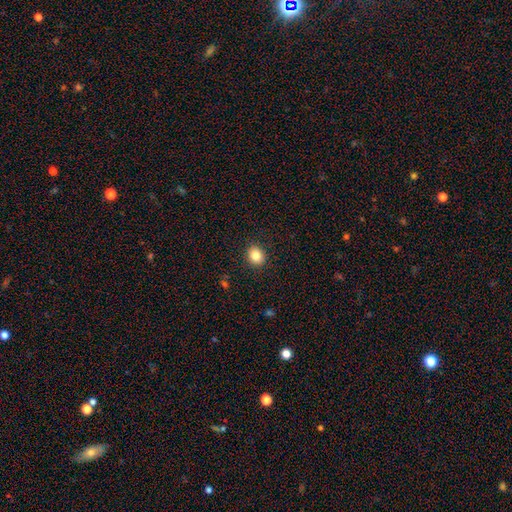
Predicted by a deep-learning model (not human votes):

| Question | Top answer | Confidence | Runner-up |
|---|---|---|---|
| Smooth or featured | smooth | 84% | star or artifact (10%) |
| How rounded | round | 66% | in between (33%) |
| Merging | none | 91% | minor disturbance (6%) |